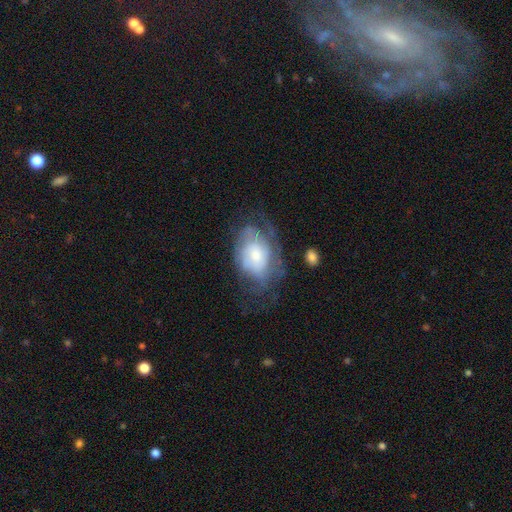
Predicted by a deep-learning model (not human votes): Smooth or featured?
  - featured or disk: 60% *
  - smooth: 33%
  - star or artifact: 7%
Edge-on disk?
  - no: 96% *
  - yes: 4%
Bar?
  - no: 71% *
  - weak: 25%
  - strong: 4%
Spiral arms?
  - yes: 75% *
  - no: 25%
Bulge size?
  - moderate: 44% *
  - small: 33%
  - large: 17%
  - none: 4%
  - dominant: 2%
Merging?
  - none: 50% *
  - minor disturbance: 26%
  - major disturbance: 22%
  - merger: 2%